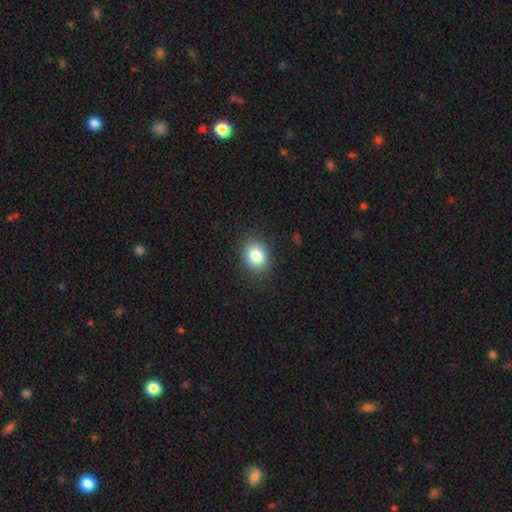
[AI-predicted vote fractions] Overall: smooth (83%). How rounded: in between (50%; round 49%). Merging: none (88%).